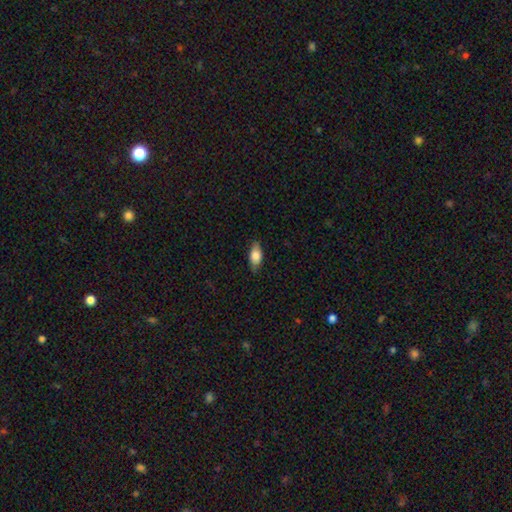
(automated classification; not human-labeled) Morphology: type=smooth (75%); roundness=in between (84%); merging=none (83%).